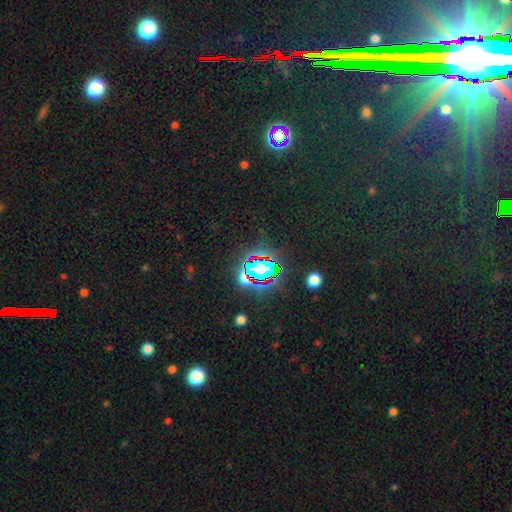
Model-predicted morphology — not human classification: A star or artifact, not a galaxy (82%).

Vote fractions:
- Smooth or featured? star or artifact: 82% / smooth: 11% / featured or disk: 7%